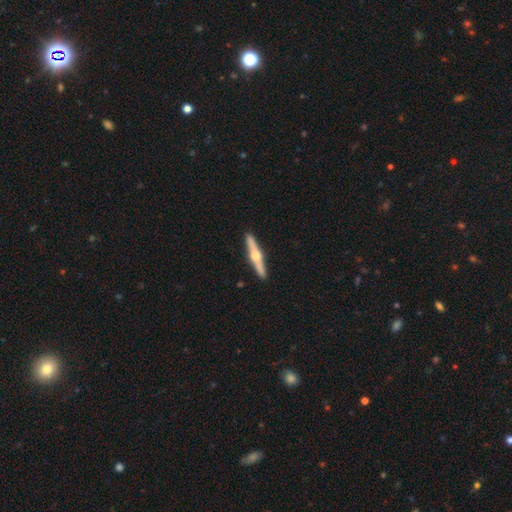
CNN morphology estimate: Smooth or featured: featured or disk — 71% (smooth — 24%)
Edge-on disk: yes — 98% (no — 2%)
Edge-on bulge: rounded — 94% (boxy — 4%)
Merging: none — 91% (minor disturbance — 6%)